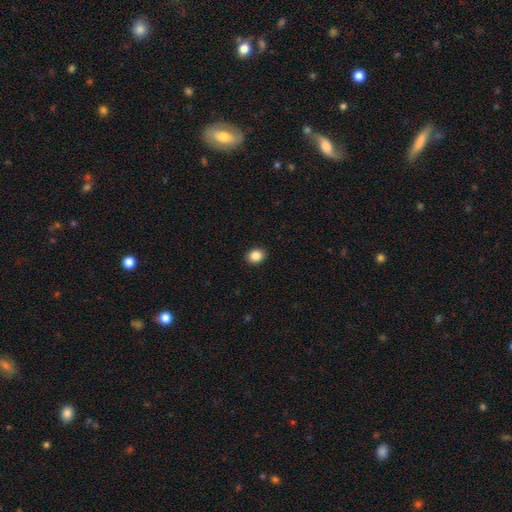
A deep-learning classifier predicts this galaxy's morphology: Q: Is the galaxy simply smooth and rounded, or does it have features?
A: smooth — 87%.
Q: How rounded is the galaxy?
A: round — 53%.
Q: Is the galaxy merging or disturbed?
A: none — 91%.